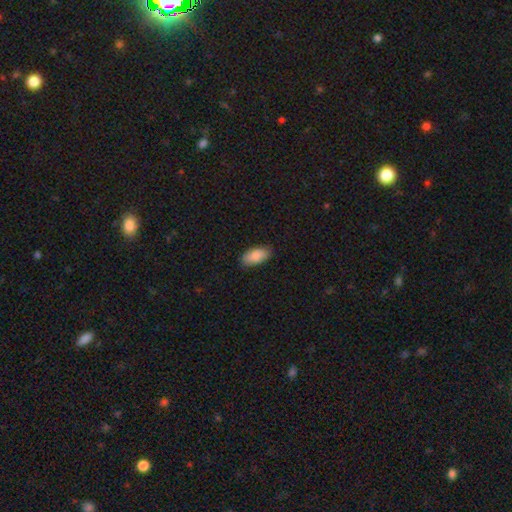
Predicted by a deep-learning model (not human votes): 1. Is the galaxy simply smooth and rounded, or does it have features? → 88% smooth, 6% star or artifact, 6% featured or disk.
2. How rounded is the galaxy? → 92% in between, 6% cigar-shaped, 2% round.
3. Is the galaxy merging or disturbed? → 84% none, 13% minor disturbance, 2% major disturbance, 1% merger.